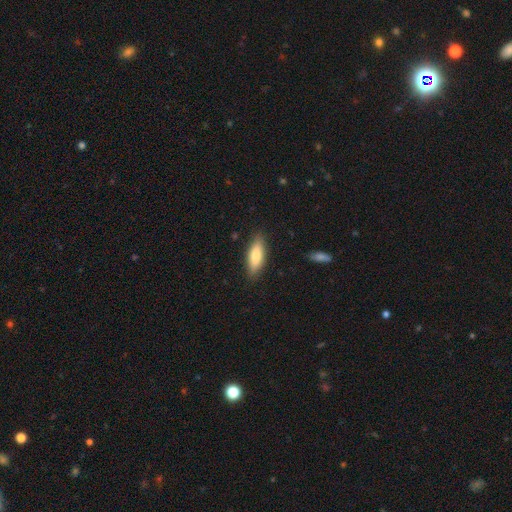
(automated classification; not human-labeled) Smooth or featured? Predicted: smooth (p=0.75). How rounded? Predicted: in between (p=0.58). Merging? Predicted: none (p=0.86).